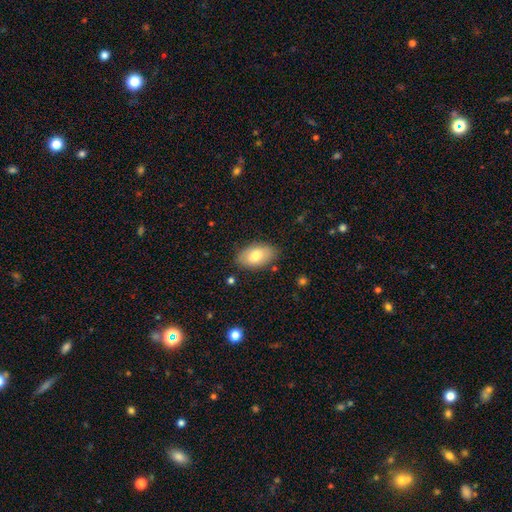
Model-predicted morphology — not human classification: smooth_or_featured: smooth (p=0.77) [alt: featured or disk p=0.17]
how_rounded: in between (p=0.93) [alt: round p=0.05]
merging: none (p=0.83) [alt: minor disturbance p=0.13]